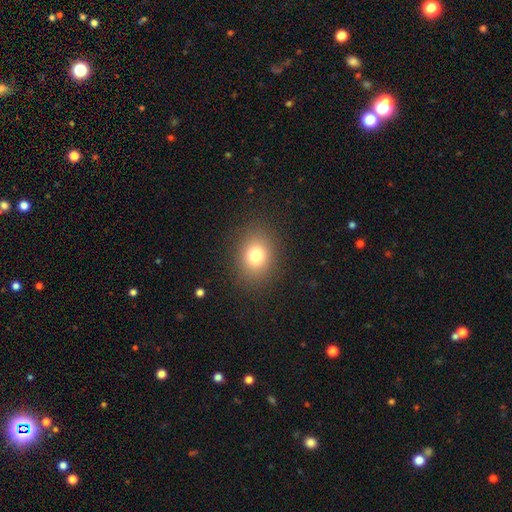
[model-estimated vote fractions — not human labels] A smooth galaxy with no disk features (78%) that is round (53%). Merging: none (88%).